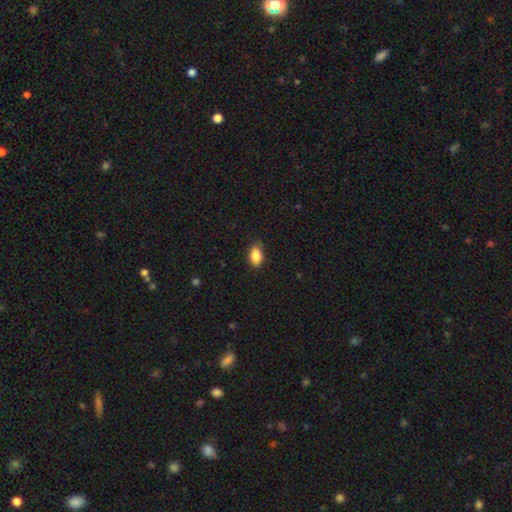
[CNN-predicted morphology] This is clearly a smooth galaxy (88%). How rounded: clearly in between (91%). Merging: likely none (79%).